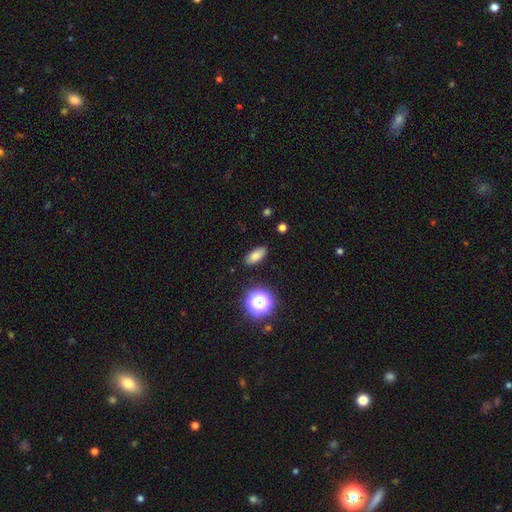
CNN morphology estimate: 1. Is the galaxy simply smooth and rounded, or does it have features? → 78% smooth, 14% star or artifact, 9% featured or disk.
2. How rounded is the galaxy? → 81% in between, 12% cigar-shaped, 7% round.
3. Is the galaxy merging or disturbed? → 88% none, 8% minor disturbance, 2% major disturbance, 1% merger.